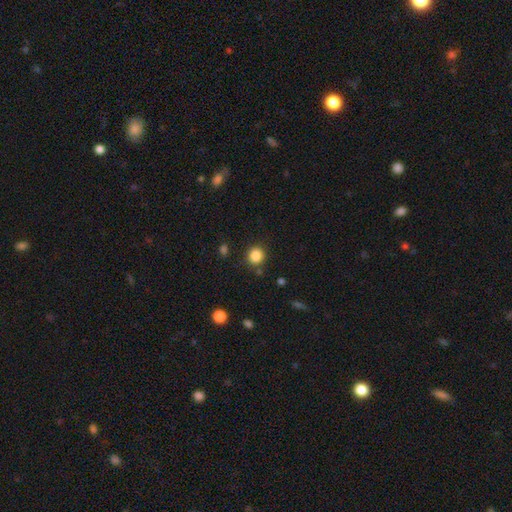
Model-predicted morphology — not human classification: A smooth galaxy with no disk features (86%) that is round (88%). Merging: none (85%).